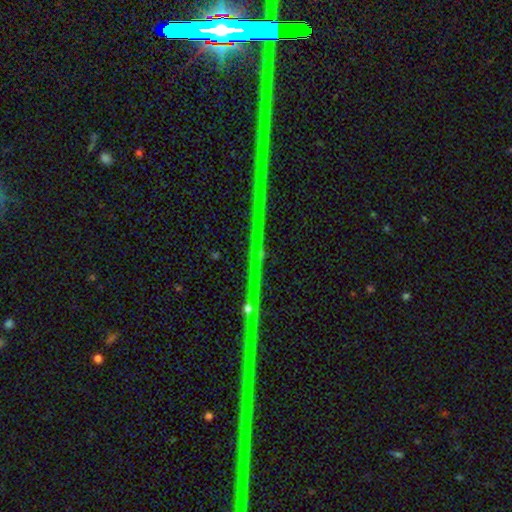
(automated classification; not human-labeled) Morphology: type=star or artifact (85%).